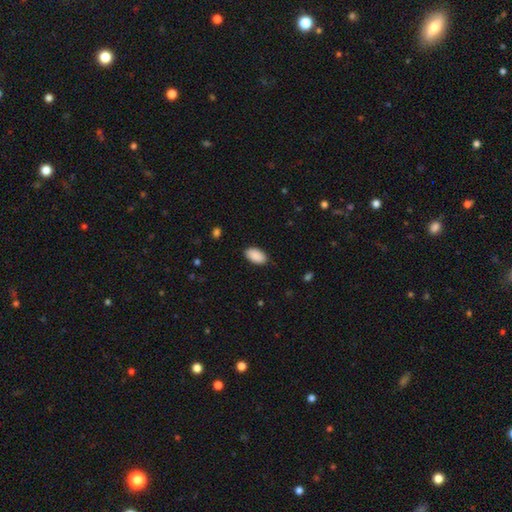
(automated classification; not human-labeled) Morphology: type=smooth (91%); roundness=in between (95%); merging=none (87%).